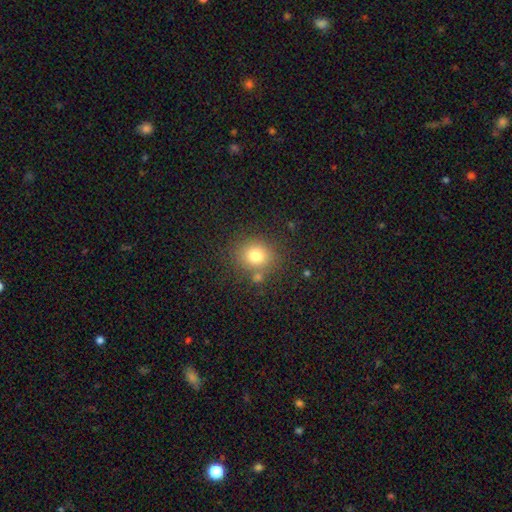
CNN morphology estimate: smooth_or_featured: smooth (p=0.78) [alt: star or artifact p=0.13]
how_rounded: round (p=0.80) [alt: in between p=0.19]
merging: none (p=0.75) [alt: minor disturbance p=0.11]